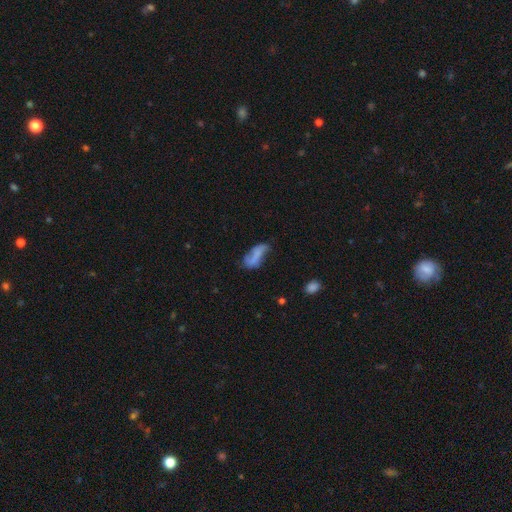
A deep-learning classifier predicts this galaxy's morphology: This is possibly a smooth galaxy (50%). Merging: marginally none (38%).